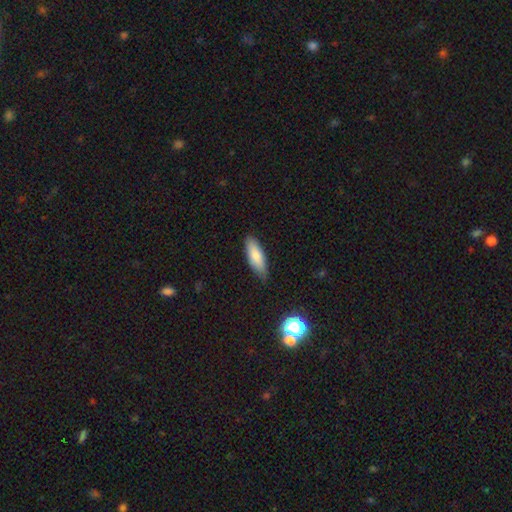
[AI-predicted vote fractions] smooth 82%, featured or disk 11%, star or artifact 6%. Down the decision tree: how rounded — in between (60%); merging — none (80%).